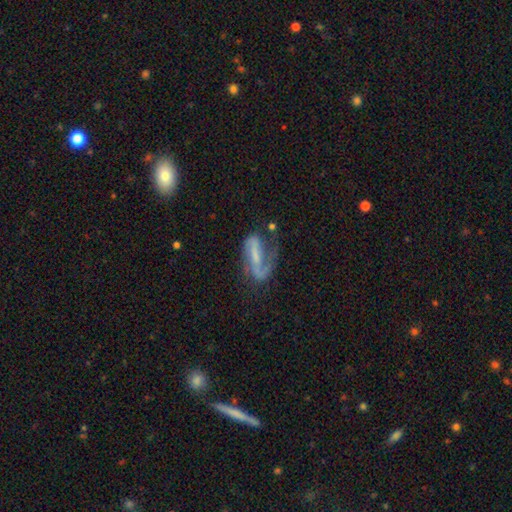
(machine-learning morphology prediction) A featured or disk galaxy (78%) with a strong bar (48%), 2 (62%) loose (41%) spiral arms (89%) and a small central bulge (44%).

Vote fractions:
- Smooth or featured? featured or disk: 78% / smooth: 15% / star or artifact: 7%
- Edge-on disk? no: 94% / yes: 6%
- Bar? strong: 48% / weak: 32% / no: 21%
- Spiral arms? yes: 89% / no: 11%
- Spiral winding? loose: 41% / medium: 40% / tight: 18%
- Spiral arm count? 2: 62% / 1: 31% / can't tell: 5% / 3: 1% / 4: 1% / more than 4: 1%
- Bulge size? small: 44% / none: 31% / moderate: 20% / large: 4% / dominant: 1%
- Merging? none: 44% / major disturbance: 30% / minor disturbance: 22% / merger: 4%